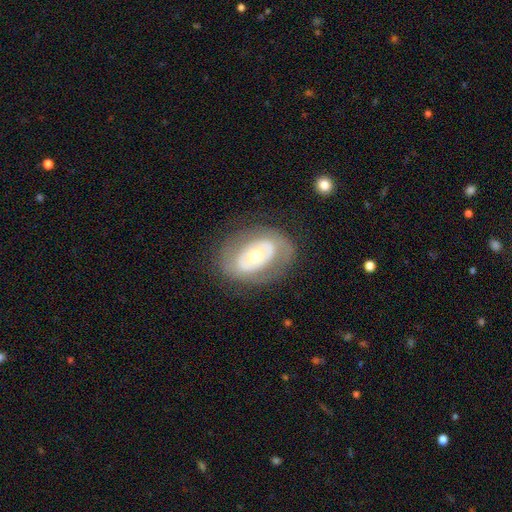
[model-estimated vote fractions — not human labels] Smooth or featured?
  - featured or disk: 61% *
  - smooth: 32%
  - star or artifact: 6%
Edge-on disk?
  - no: 93% *
  - yes: 7%
Bar?
  - no: 77% *
  - weak: 15%
  - strong: 8%
Spiral arms?
  - no: 74% *
  - yes: 26%
Bulge size?
  - moderate: 57% *
  - small: 35%
  - large: 6%
  - dominant: 1%
  - none: 1%
Merging?
  - none: 74% *
  - minor disturbance: 15%
  - major disturbance: 9%
  - merger: 1%